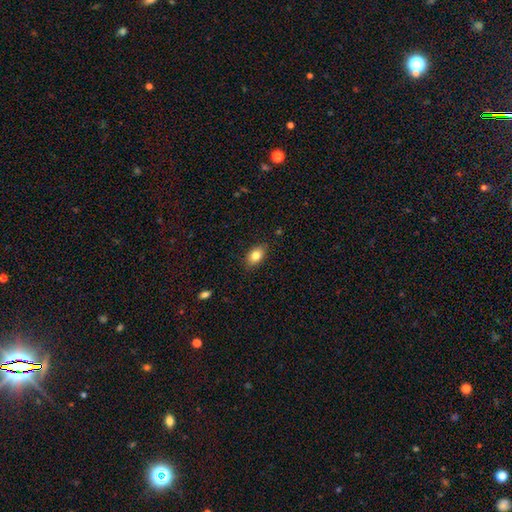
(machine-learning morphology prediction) Smooth or featured? Predicted: smooth (p=0.82). How rounded? Predicted: in between (p=0.86). Merging? Predicted: none (p=0.86).